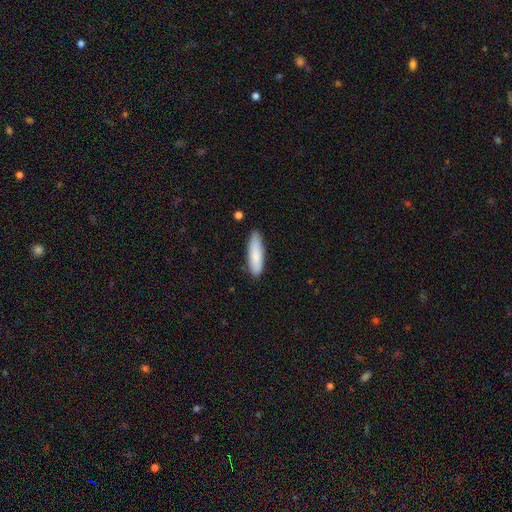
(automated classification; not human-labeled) smooth-or-featured: smooth: 83% | featured or disk: 11% | star or artifact: 6%
  how-rounded: cigar-shaped: 64% | in between: 34% | round: 1%
  merging: none: 83% | minor disturbance: 13% | major disturbance: 2% | merger: 2%